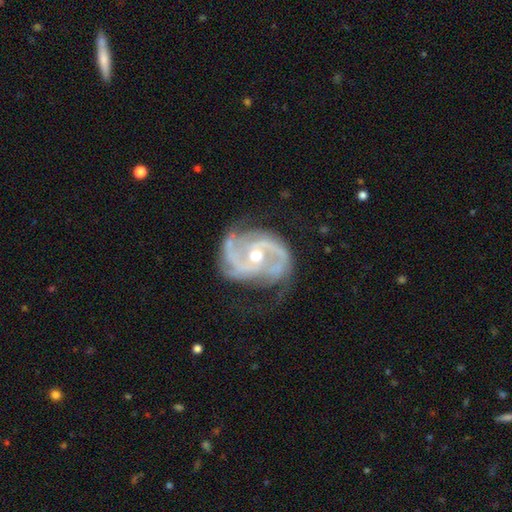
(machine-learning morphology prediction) Q: Smooth or featured?
A: featured or disk (93%); runner-up: star or artifact (4%)
Q: Edge-on disk?
A: no (98%); runner-up: yes (2%)
Q: Bar?
A: no (56%); runner-up: weak (32%)
Q: Spiral arms?
A: yes (98%); runner-up: no (2%)
Q: Spiral winding?
A: medium (48%); runner-up: tight (40%)
Q: Spiral arm count?
A: 2 (57%); runner-up: 3 (22%)
Q: Bulge size?
A: moderate (72%); runner-up: small (23%)
Q: Merging?
A: none (64%); runner-up: minor disturbance (23%)